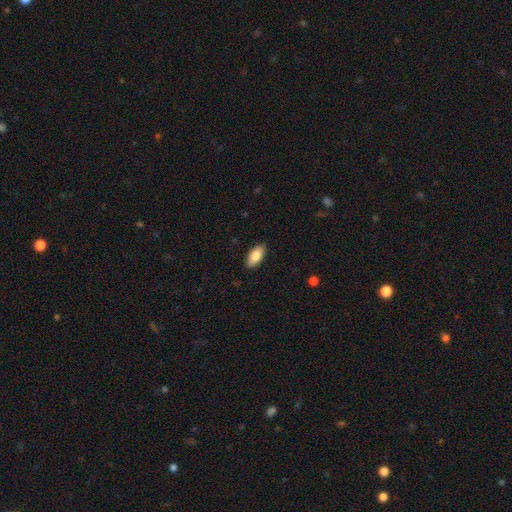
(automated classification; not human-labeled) The model was most divided on "smooth or featured": smooth: 83%, featured or disk: 11%, star or artifact: 6%. More confident: how rounded — in between (92%); merging — none (89%).